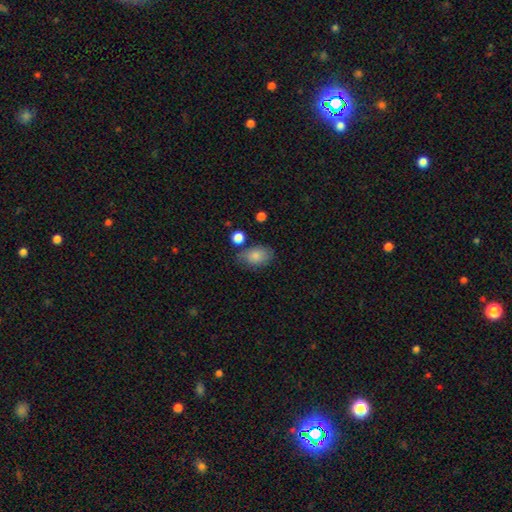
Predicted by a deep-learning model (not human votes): smooth_or_featured: smooth (p=0.82) [alt: featured or disk p=0.10]
how_rounded: in between (p=0.82) [alt: round p=0.17]
merging: none (p=0.60) [alt: minor disturbance p=0.26]